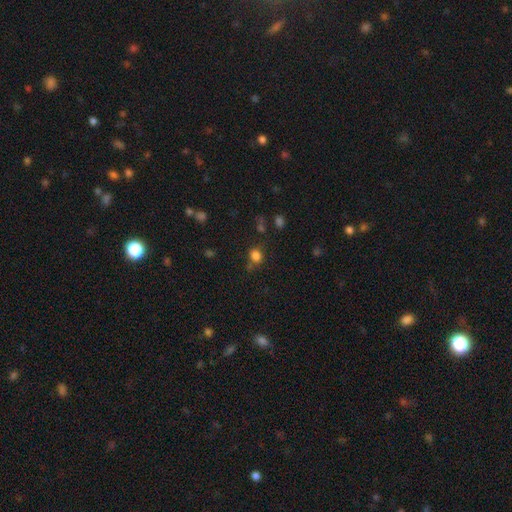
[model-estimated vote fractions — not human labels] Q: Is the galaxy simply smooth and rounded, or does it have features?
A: smooth — 79%.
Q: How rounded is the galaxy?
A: round — 66%.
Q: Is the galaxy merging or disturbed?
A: none — 66%.